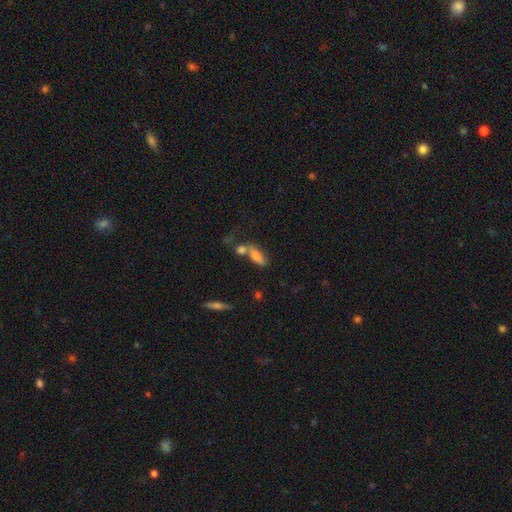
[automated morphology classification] smooth 72%, featured or disk 17%, star or artifact 10%. Down the decision tree: how rounded — in between (72%); merging — merger (44%).